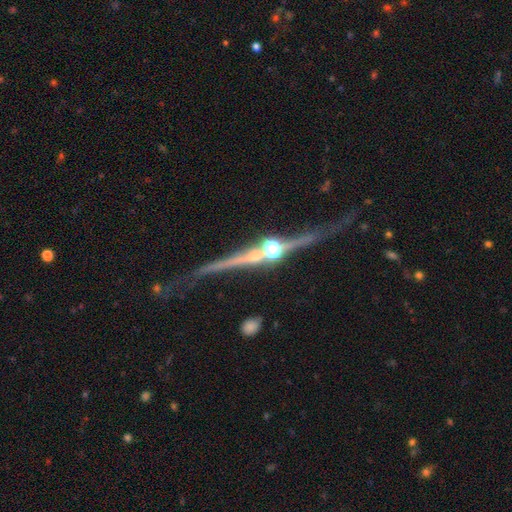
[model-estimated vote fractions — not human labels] This appears to be a featured or disk galaxy (83%) viewed edge-on (96%) with a rounded central bulge (88%). Merging: none (71%).